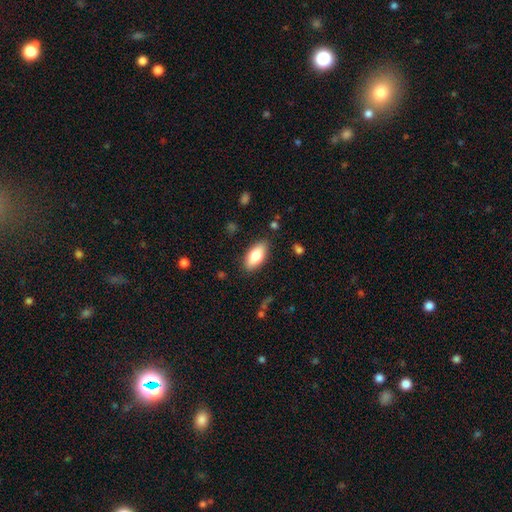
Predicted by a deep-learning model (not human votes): Morphology: type=smooth (79%); roundness=in between (88%); merging=none (86%).